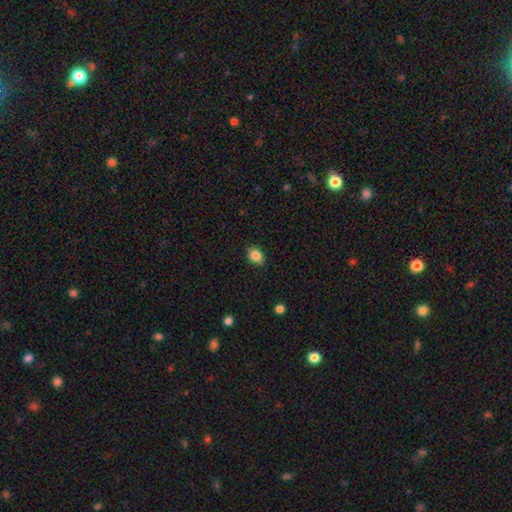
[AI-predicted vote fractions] Q: Smooth or featured?
A: smooth (85%); runner-up: star or artifact (9%)
Q: How rounded?
A: in between (66%); runner-up: round (33%)
Q: Merging?
A: none (86%); runner-up: minor disturbance (10%)